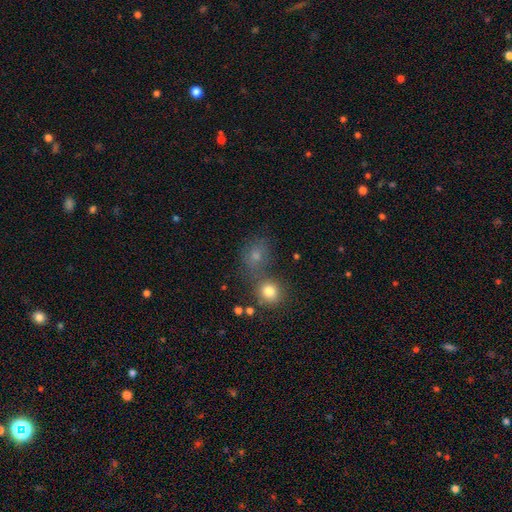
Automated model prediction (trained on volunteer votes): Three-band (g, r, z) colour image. It shows a smooth galaxy with no disk features (67%) that is round (69%). Merging: none (52%).